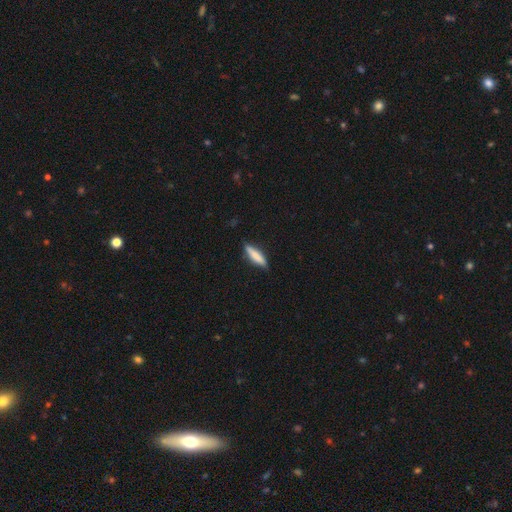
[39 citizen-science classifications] Smooth or featured?
  - smooth: 87% *
  - featured or disk: 10%
  - star or artifact: 3%
How rounded?
  - cigar-shaped: 71% *
  - in between: 29%
  - round: 0%
Merging?
  - none: 92% *
  - minor disturbance: 8%
  - major disturbance: 0%
  - merger: 0%